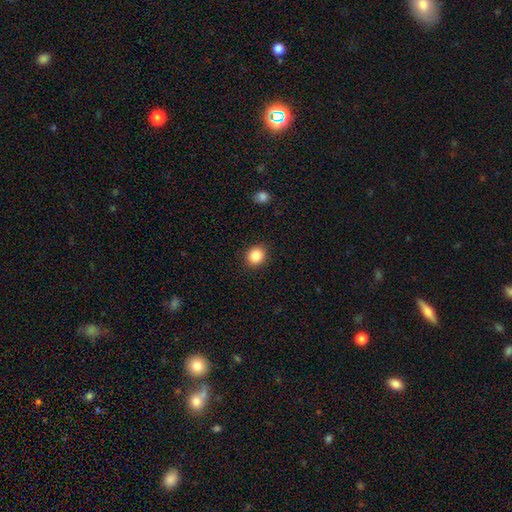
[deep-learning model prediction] This is clearly a smooth galaxy (85%). How rounded: likely round (76%). Merging: clearly none (90%).